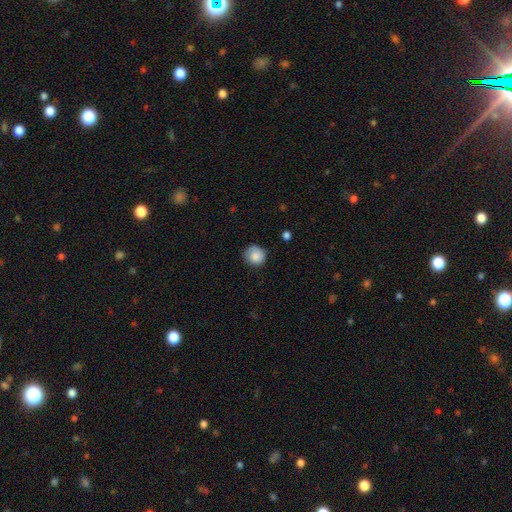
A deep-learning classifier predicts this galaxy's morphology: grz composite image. It shows a smooth galaxy with no disk features (85%) that is round (89%). Merging: none (74%).